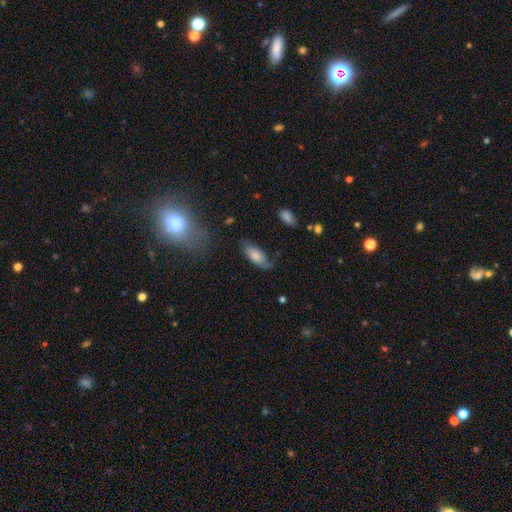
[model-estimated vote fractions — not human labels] Morphology: type=smooth (72%); roundness=in between (82%); merging=none (59%).